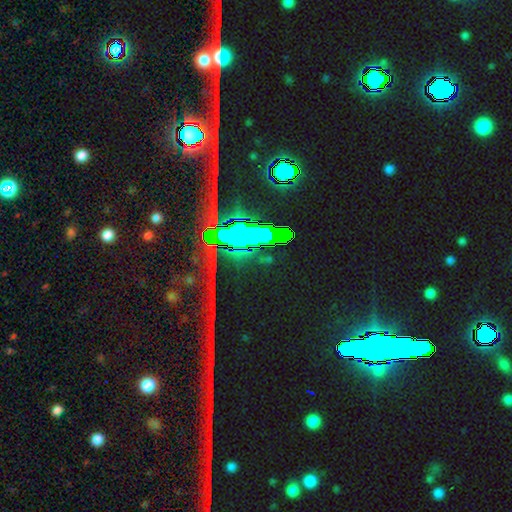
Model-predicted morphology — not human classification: Overall: star or artifact (73%).